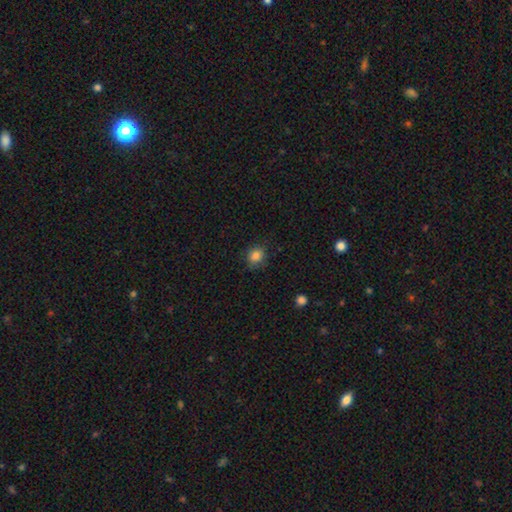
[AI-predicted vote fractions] smooth 85%, star or artifact 11%, featured or disk 4%. Down the decision tree: how rounded — round (73%); merging — none (81%).